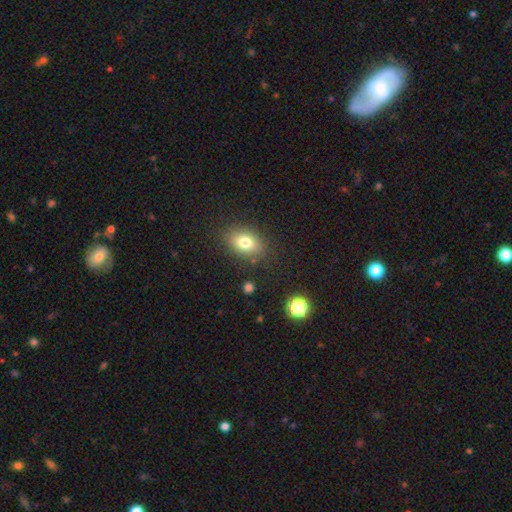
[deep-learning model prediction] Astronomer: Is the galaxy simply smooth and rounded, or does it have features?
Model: smooth — 59%.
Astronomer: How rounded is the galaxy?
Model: in between — 58% (runner-up: round, 39%).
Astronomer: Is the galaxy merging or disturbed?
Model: none — 85%.